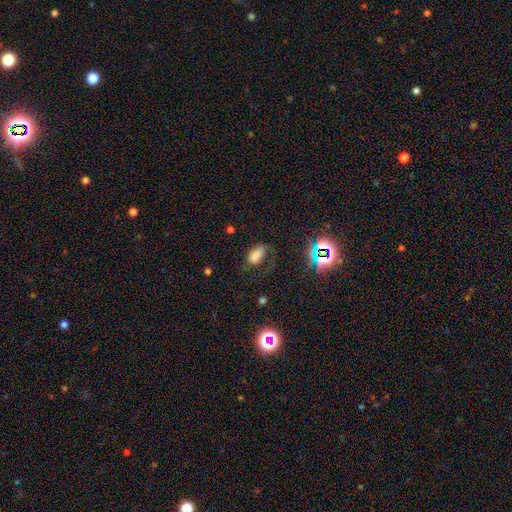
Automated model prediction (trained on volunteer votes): Smooth or featured?
  - smooth: 69% *
  - star or artifact: 17%
  - featured or disk: 14%
How rounded?
  - in between: 91% *
  - round: 6%
  - cigar-shaped: 3%
Merging?
  - none: 48% *
  - major disturbance: 25%
  - minor disturbance: 24%
  - merger: 3%